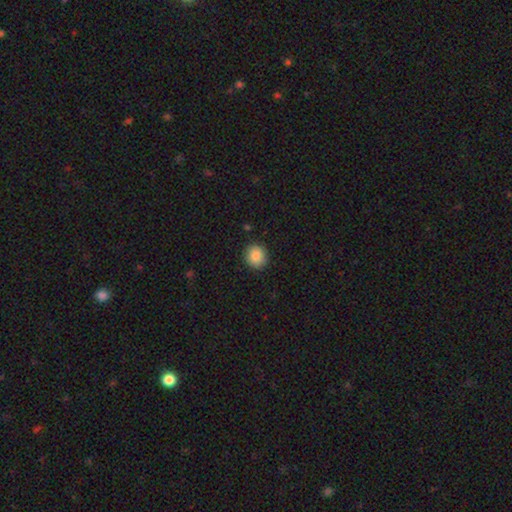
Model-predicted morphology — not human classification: Smooth or featured?
  - smooth: 87% *
  - star or artifact: 8%
  - featured or disk: 5%
How rounded?
  - round: 87% *
  - in between: 12%
  - cigar-shaped: 1%
Merging?
  - none: 91% *
  - minor disturbance: 6%
  - major disturbance: 2%
  - merger: 1%